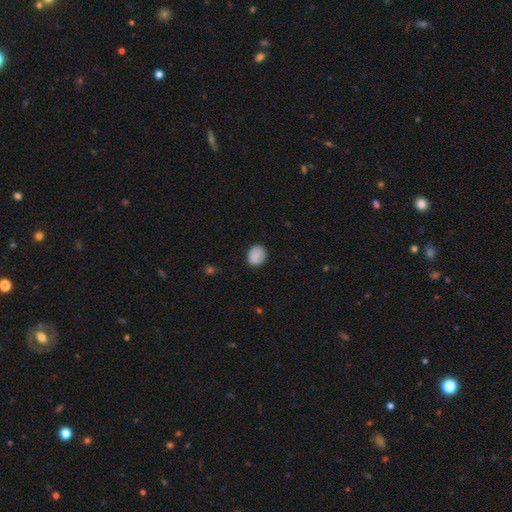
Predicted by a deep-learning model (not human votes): smooth-or-featured: smooth: 86% | star or artifact: 8% | featured or disk: 6%
  how-rounded: round: 76% | in between: 23% | cigar-shaped: 1%
  merging: none: 87% | minor disturbance: 10% | major disturbance: 2% | merger: 1%